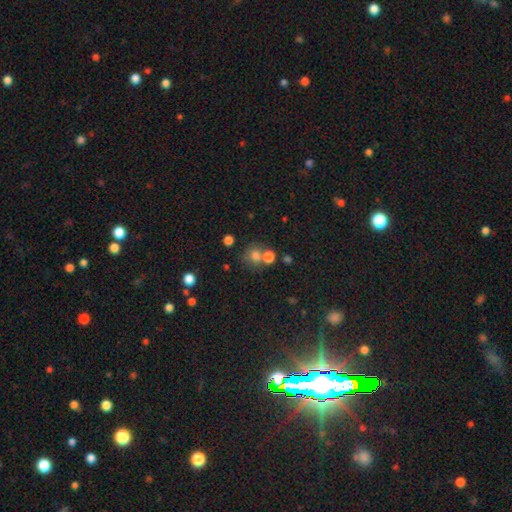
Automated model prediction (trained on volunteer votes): Q: Smooth or featured?
A: smooth (74%); runner-up: star or artifact (17%)
Q: How rounded?
A: round (77%); runner-up: in between (22%)
Q: Merging?
A: none (52%); runner-up: merger (31%)